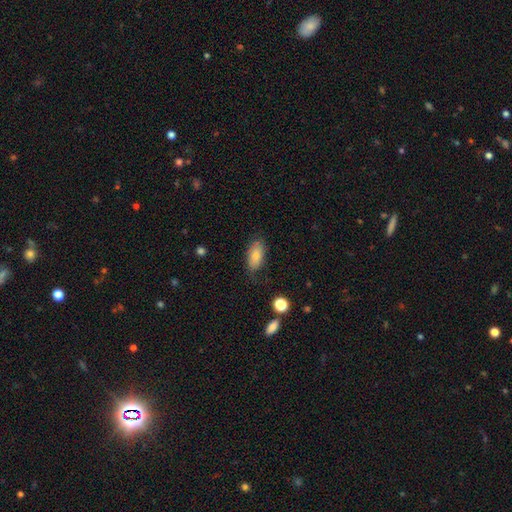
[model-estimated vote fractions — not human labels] A smooth galaxy with no disk features (80%) that is in between round and cigar-shaped (91%).

Vote fractions:
- Smooth or featured? smooth: 80% / featured or disk: 13% / star or artifact: 8%
- How rounded? in between: 91% / cigar-shaped: 5% / round: 4%
- Merging? none: 71% / minor disturbance: 21% / major disturbance: 6% / merger: 2%